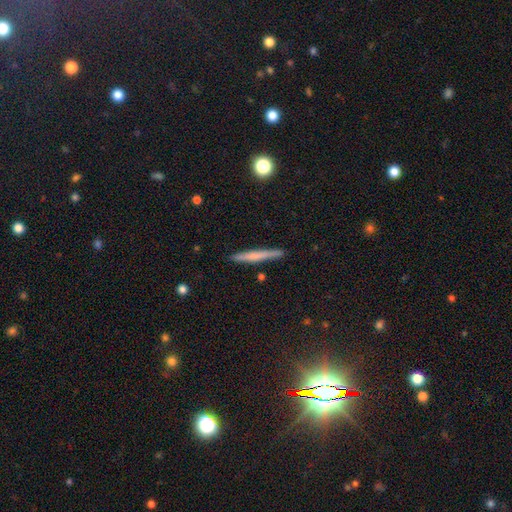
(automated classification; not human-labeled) Smooth or featured: smooth — 57% (featured or disk — 36%)
How rounded: cigar-shaped — 96% (in between — 3%)
Merging: none — 89% (minor disturbance — 8%)